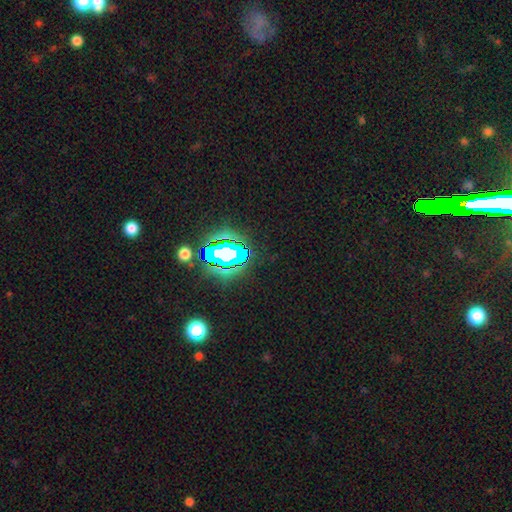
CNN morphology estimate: This appears to be a star or artifact, not a galaxy (74%).